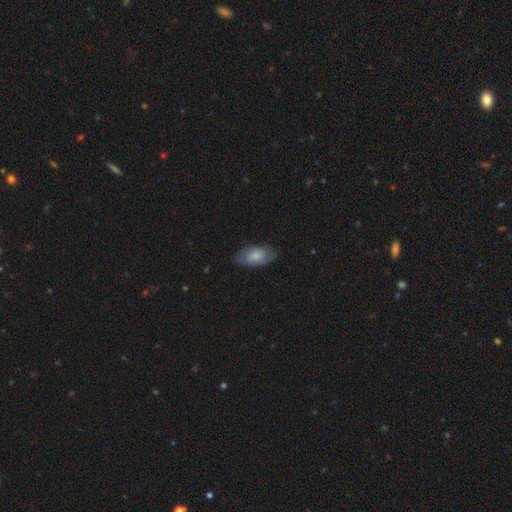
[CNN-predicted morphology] type=smooth (51%); roundness=in between (91%); merging=none (73%).